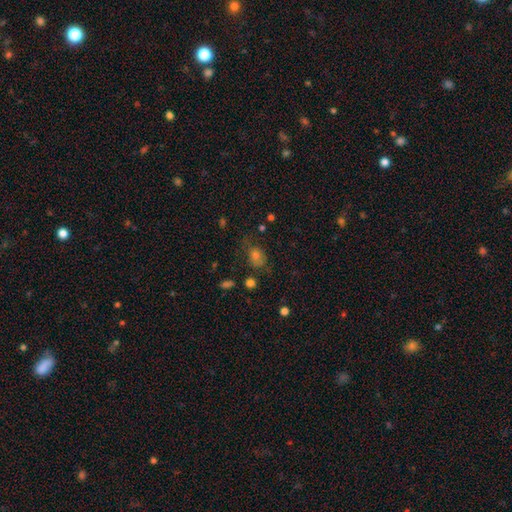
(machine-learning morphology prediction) A smooth galaxy with no disk features (56%) that is in between round and cigar-shaped (58%).

Vote fractions:
- Smooth or featured? smooth: 56% / star or artifact: 27% / featured or disk: 16%
- How rounded? in between: 58% / round: 40% / cigar-shaped: 2%
- Merging? none: 60% / minor disturbance: 21% / major disturbance: 14% / merger: 4%